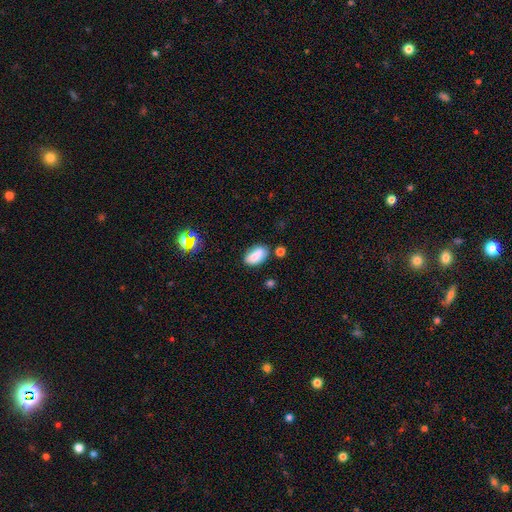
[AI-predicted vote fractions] This is likely a smooth galaxy (79%). How rounded: clearly in between (90%). Merging: likely none (72%).